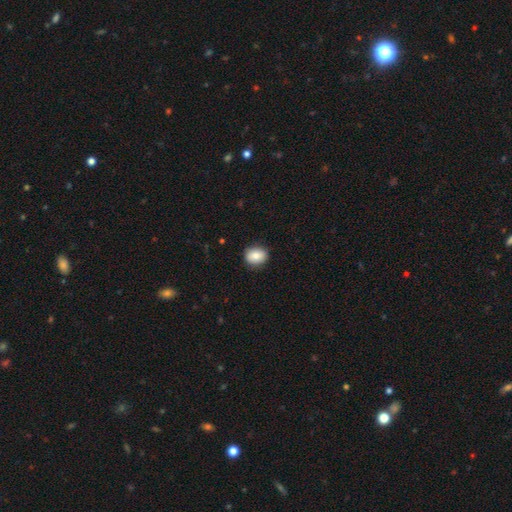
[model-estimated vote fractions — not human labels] Smooth or featured: smooth — 82% (featured or disk — 10%)
How rounded: round — 57% (in between — 42%)
Merging: none — 87% (minor disturbance — 10%)